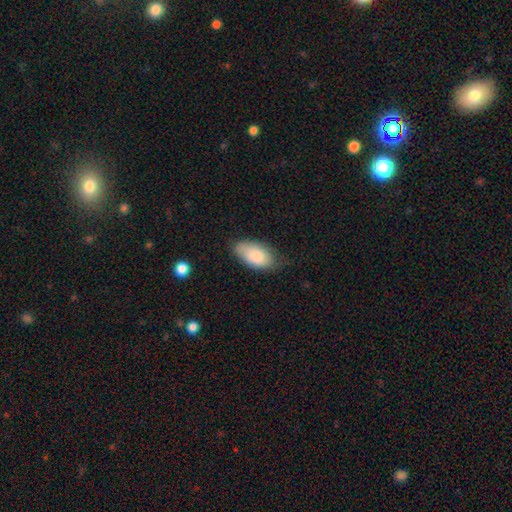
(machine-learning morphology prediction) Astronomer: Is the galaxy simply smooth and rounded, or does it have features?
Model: smooth — 83%.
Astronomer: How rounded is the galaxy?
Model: in between — 94%.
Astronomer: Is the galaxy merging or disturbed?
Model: none — 64%.